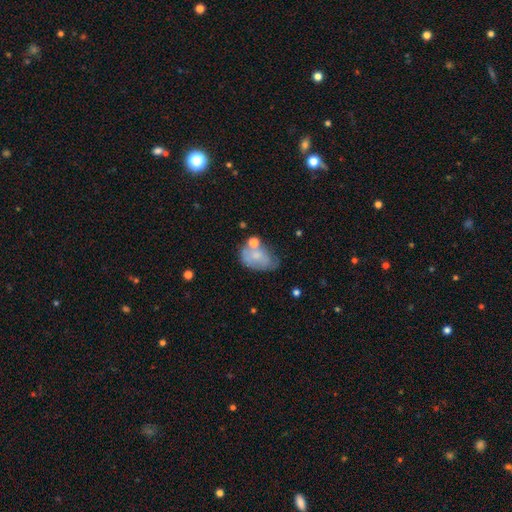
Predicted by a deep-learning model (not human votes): Morphology: type=smooth (62%); roundness=in between (82%); merging=none (35%).